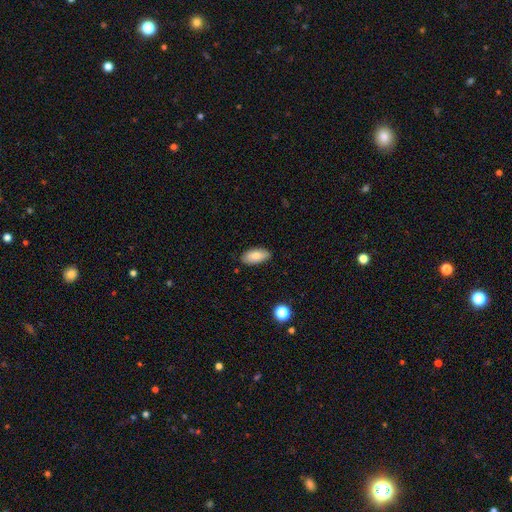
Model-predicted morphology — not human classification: A smooth galaxy with no disk features (79%) that is in between round and cigar-shaped (92%). Merging: none (84%).